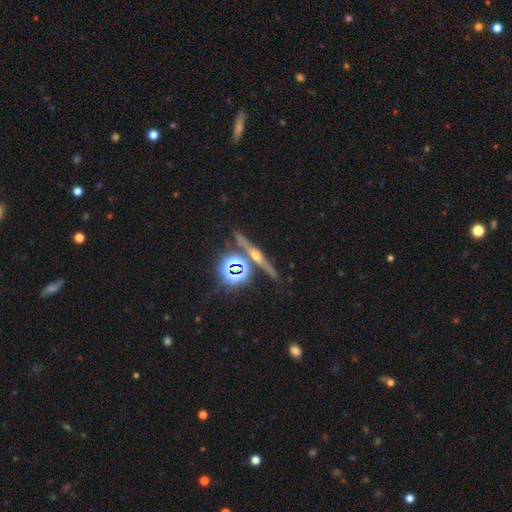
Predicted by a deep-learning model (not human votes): A featured or disk galaxy (53%) viewed edge-on (92%).

Vote fractions:
- Smooth or featured? featured or disk: 53% / star or artifact: 27% / smooth: 20%
- Edge-on disk? yes: 92% / no: 8%
- Merging? none: 83% / minor disturbance: 8% / merger: 6% / major disturbance: 3%